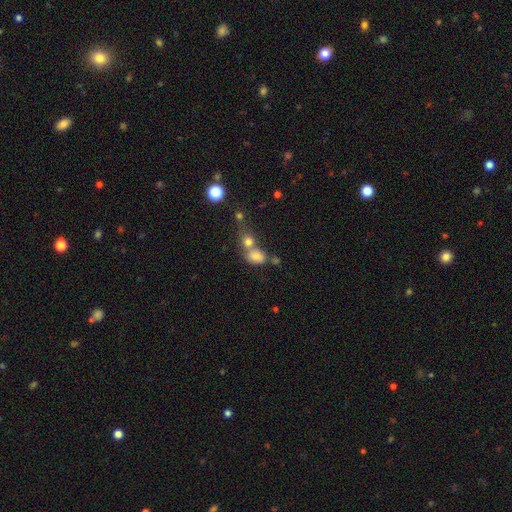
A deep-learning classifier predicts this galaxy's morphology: smooth 75%, star or artifact 14%, featured or disk 11%. Down the decision tree: how rounded — in between (60%); merging — merger (52%).